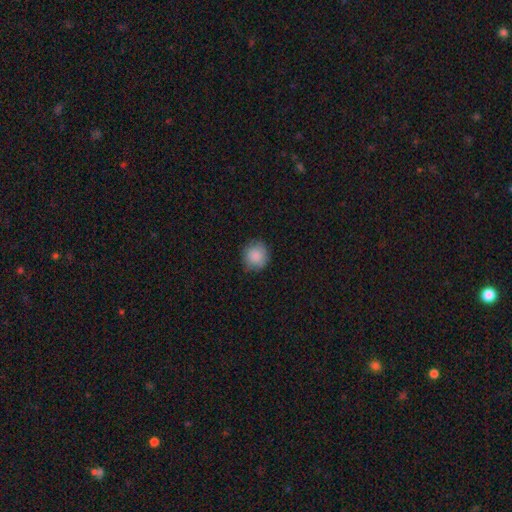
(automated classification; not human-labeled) This is clearly a smooth galaxy (87%). How rounded: clearly round (89%). Merging: clearly none (83%).